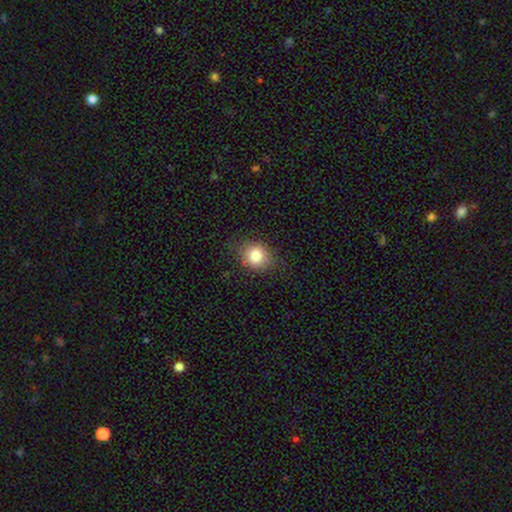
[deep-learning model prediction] A smooth galaxy with no disk features (81%) that is round (70%). Merging: none (81%).